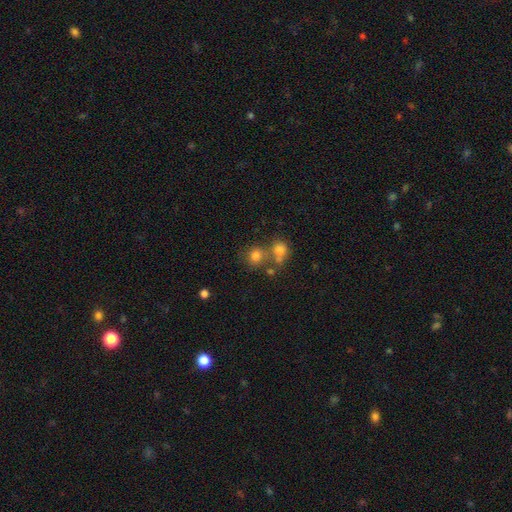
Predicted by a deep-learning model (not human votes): Smooth or featured: smooth — 76% (star or artifact — 14%)
How rounded: round — 80% (in between — 19%)
Merging: none — 53% (merger — 31%)